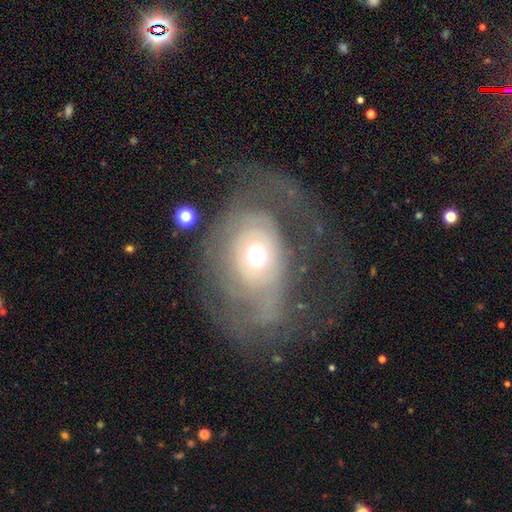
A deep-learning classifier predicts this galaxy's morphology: Smooth or featured?
  - featured or disk: 67% *
  - smooth: 25%
  - star or artifact: 9%
Edge-on disk?
  - no: 95% *
  - yes: 5%
Bar?
  - no: 86% *
  - weak: 11%
  - strong: 3%
Spiral arms?
  - yes: 61% *
  - no: 39%
Bulge size?
  - moderate: 64% *
  - small: 20%
  - large: 12%
  - dominant: 2%
  - none: 1%
Merging?
  - major disturbance: 40% *
  - none: 39%
  - minor disturbance: 19%
  - merger: 3%